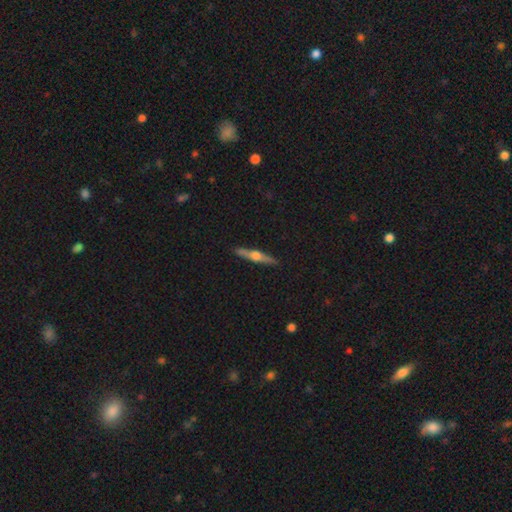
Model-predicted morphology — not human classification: A featured or disk galaxy (71%) viewed edge-on (97%) with a rounded central bulge (93%).

Vote fractions:
- Smooth or featured? featured or disk: 71% / smooth: 24% / star or artifact: 6%
- Edge-on disk? yes: 97% / no: 3%
- Edge-on bulge? rounded: 93% / boxy: 4% / none: 3%
- Merging? none: 91% / minor disturbance: 7% / major disturbance: 1% / merger: 1%